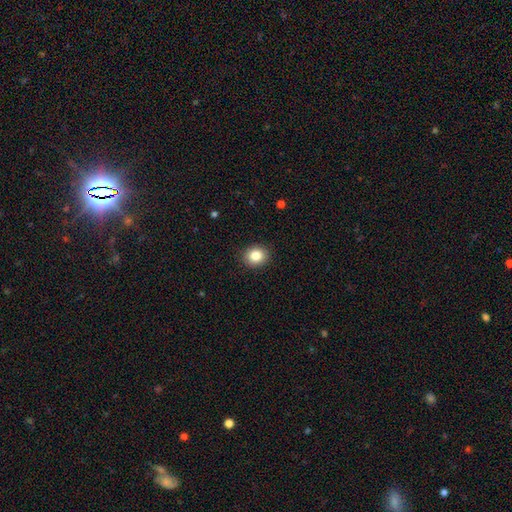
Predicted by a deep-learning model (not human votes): smooth 84%, star or artifact 10%, featured or disk 6%. Down the decision tree: how rounded — round (69%); merging — none (90%).